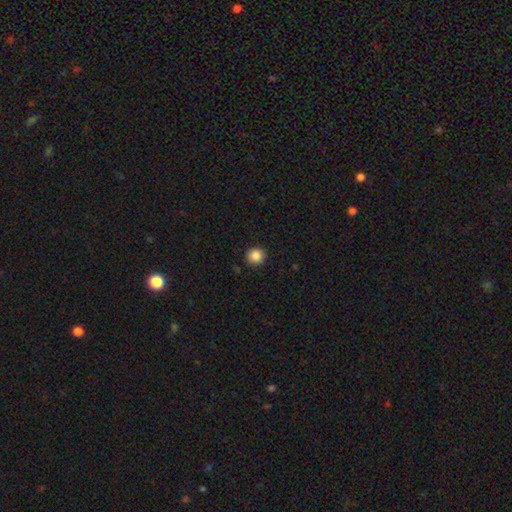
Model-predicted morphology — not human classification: smooth 86%, star or artifact 10%, featured or disk 4%. Down the decision tree: how rounded — round (91%); merging — none (91%).